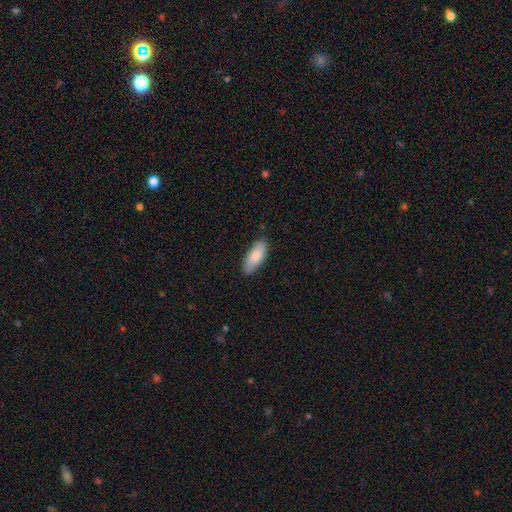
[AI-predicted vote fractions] Q: Smooth or featured?
A: smooth (79%); runner-up: featured or disk (15%)
Q: How rounded?
A: in between (83%); runner-up: cigar-shaped (15%)
Q: Merging?
A: none (83%); runner-up: minor disturbance (14%)